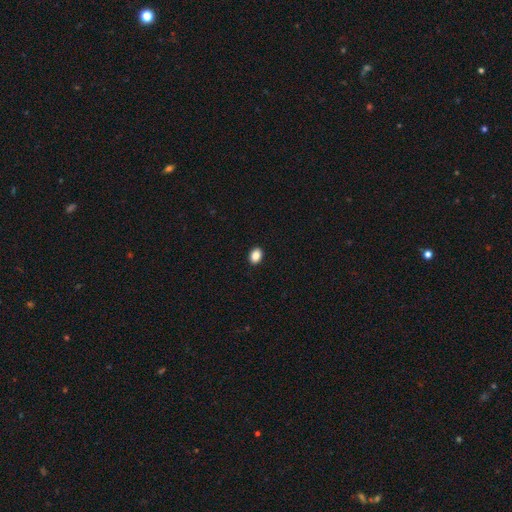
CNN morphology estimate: This is clearly a smooth galaxy (88%). How rounded: likely in between (75%). Merging: clearly none (91%).